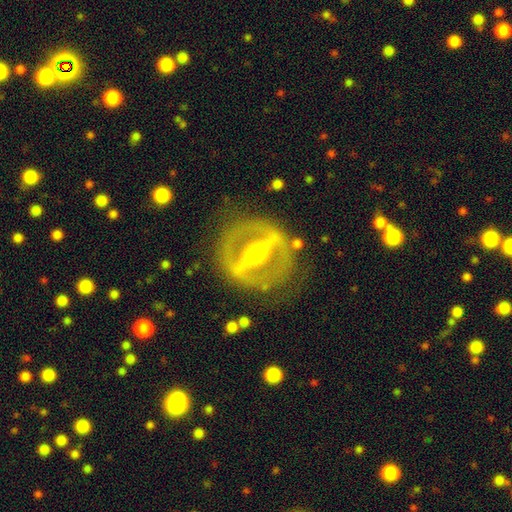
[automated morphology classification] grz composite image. It shows a featured or disk galaxy (84%) with a strong bar (82%), no spiral arms (73%) and a moderate central bulge (58%). Merging: none (78%).